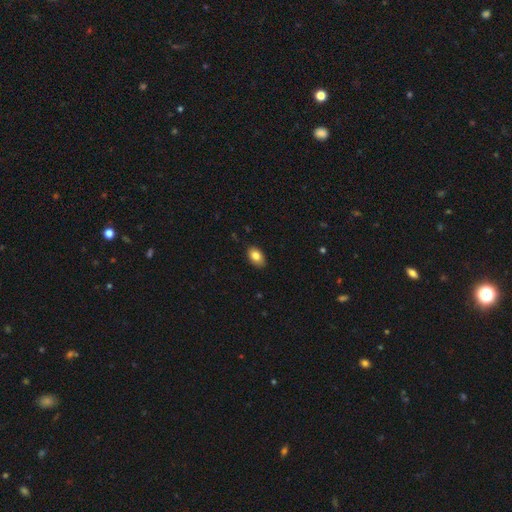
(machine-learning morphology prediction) Smooth or featured? smooth (83%)
How rounded? in between (87%)
Merging? none (85%)